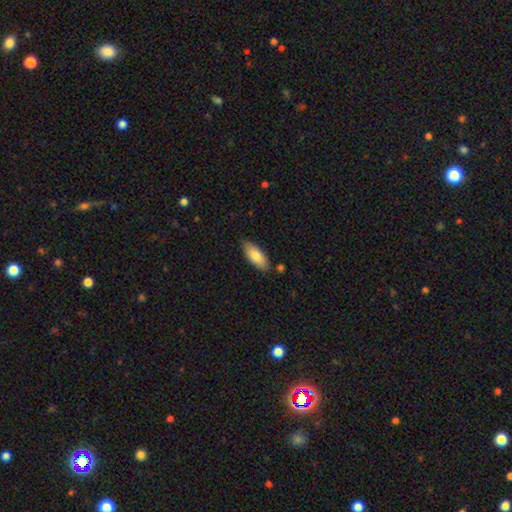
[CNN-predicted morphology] smooth 80%, featured or disk 15%, star or artifact 6%. Down the decision tree: how rounded — in between (81%); merging — none (83%).